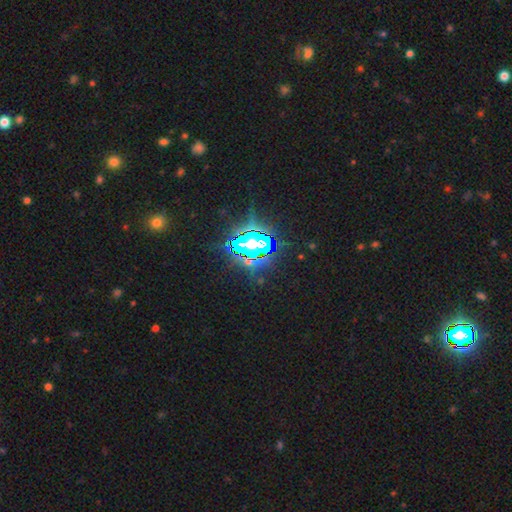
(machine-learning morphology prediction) smooth_or_featured: star or artifact (p=0.81) [alt: smooth p=0.11]